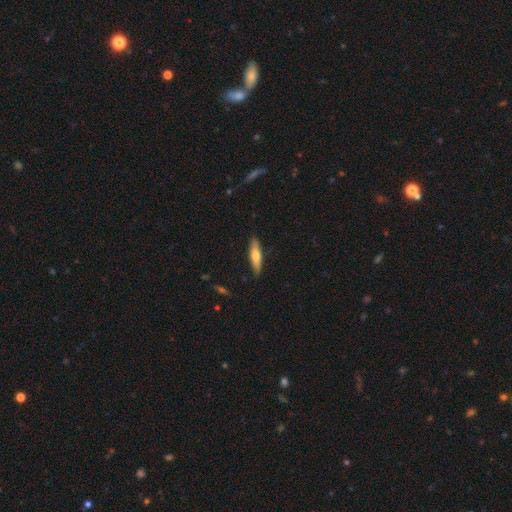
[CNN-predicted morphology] A smooth galaxy with no disk features (63%) that is cigar-shaped (75%).

Vote fractions:
- Smooth or featured? smooth: 63% / featured or disk: 31% / star or artifact: 6%
- How rounded? cigar-shaped: 75% / in between: 23% / round: 2%
- Merging? none: 87% / minor disturbance: 10% / major disturbance: 2% / merger: 1%